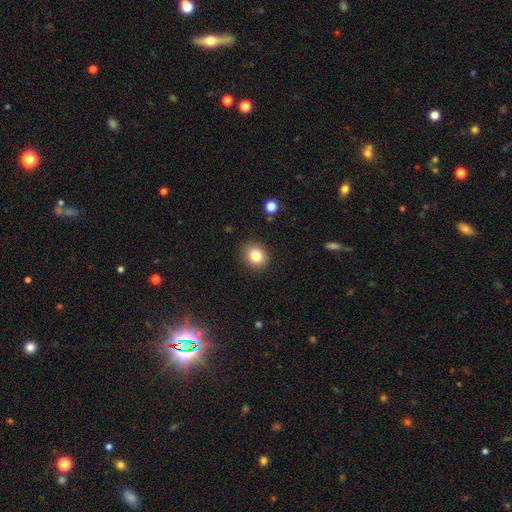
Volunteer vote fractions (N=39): smooth_or_featured: smooth (p=0.85) [alt: featured or disk p=0.08]
how_rounded: round (p=0.76) [alt: in between p=0.24]
merging: none (p=0.86) [alt: minor disturbance p=0.14]